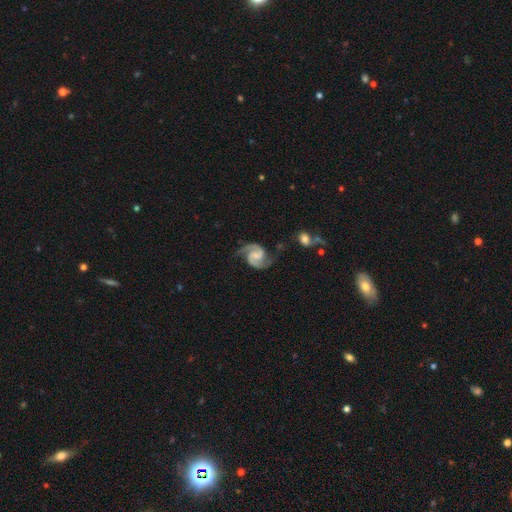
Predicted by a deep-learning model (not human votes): smooth-or-featured: featured or disk: 92% | star or artifact: 4% | smooth: 4%
  disk-edge-on: no: 98% | yes: 2%
    bar: weak: 44% | no: 41% | strong: 15%
    has-spiral-arms: yes: 98% | no: 2%
      spiral-winding: medium: 59% | tight: 24% | loose: 17%
      spiral-arm-count: 2: 94% | can't tell: 2% | 1: 1% | 3: 1% | 4: 1% | more than 4: 1%
    bulge-size: none: 38% | small: 30% | moderate: 25% | large: 5% | dominant: 1%
  merging: none: 73% | minor disturbance: 16% | major disturbance: 6% | merger: 4%